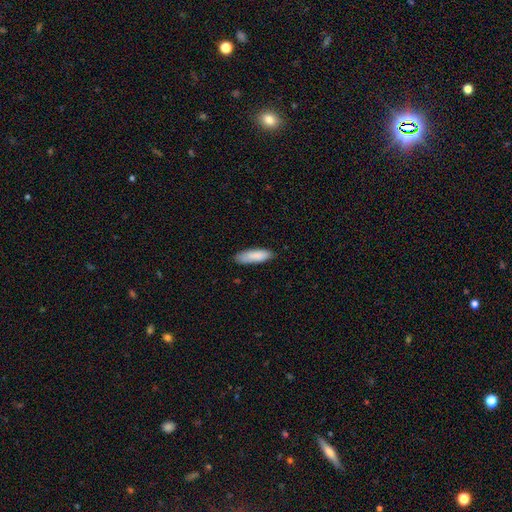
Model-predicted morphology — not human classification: smooth_or_featured: smooth (p=0.87) [alt: featured or disk p=0.07]
how_rounded: in between (p=0.50) [alt: cigar-shaped p=0.49]
merging: none (p=0.80) [alt: minor disturbance p=0.16]